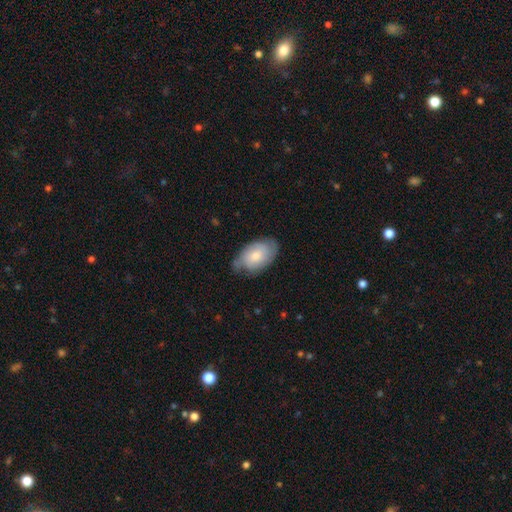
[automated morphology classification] Smooth or featured? Predicted: smooth (p=0.61). How rounded? Predicted: in between (p=0.93). Merging? Predicted: none (p=0.62).